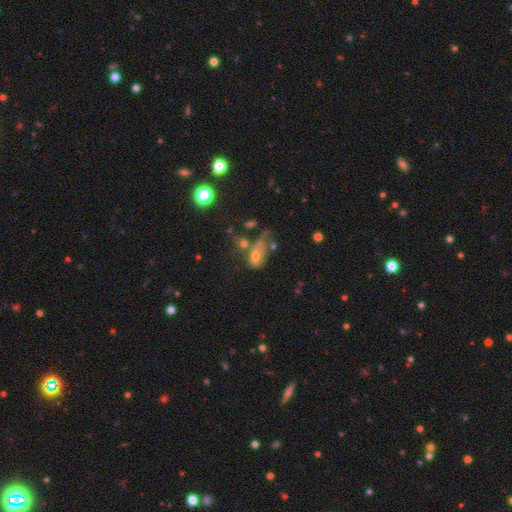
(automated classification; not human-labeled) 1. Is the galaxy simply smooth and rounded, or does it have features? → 60% smooth, 26% featured or disk, 14% star or artifact.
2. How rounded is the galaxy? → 84% in between, 10% round, 6% cigar-shaped.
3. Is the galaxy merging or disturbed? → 31% major disturbance, 24% merger, 23% none, 22% minor disturbance.